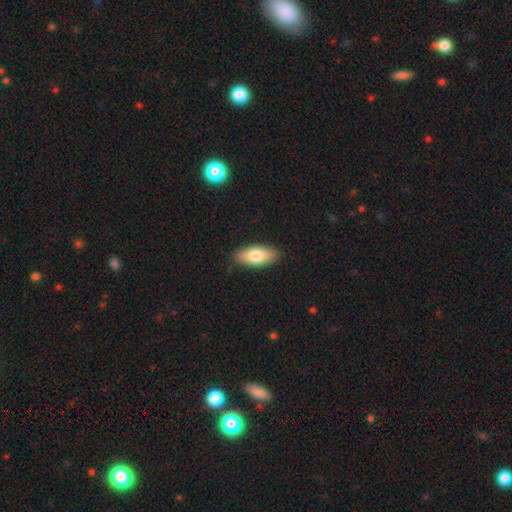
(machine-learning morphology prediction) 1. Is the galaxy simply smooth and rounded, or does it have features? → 77% smooth, 17% featured or disk, 6% star or artifact.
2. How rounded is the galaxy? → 83% in between, 14% cigar-shaped, 2% round.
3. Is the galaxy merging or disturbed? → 87% none, 10% minor disturbance, 2% major disturbance, 1% merger.